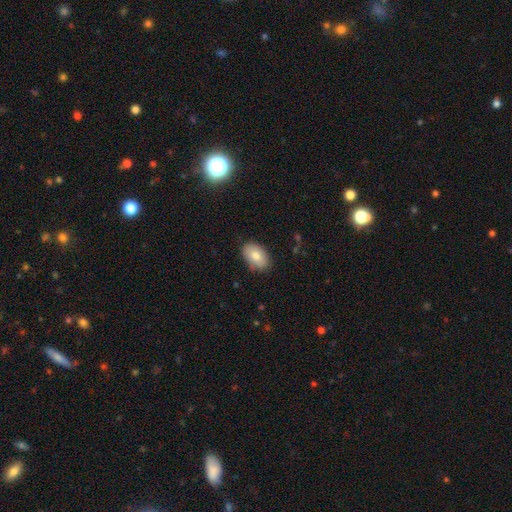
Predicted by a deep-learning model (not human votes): A smooth galaxy with no disk features (81%) that is in between round and cigar-shaped (89%).

Vote fractions:
- Smooth or featured? smooth: 81% / featured or disk: 12% / star or artifact: 7%
- How rounded? in between: 89% / round: 10% / cigar-shaped: 1%
- Merging? none: 83% / minor disturbance: 13% / major disturbance: 2% / merger: 1%